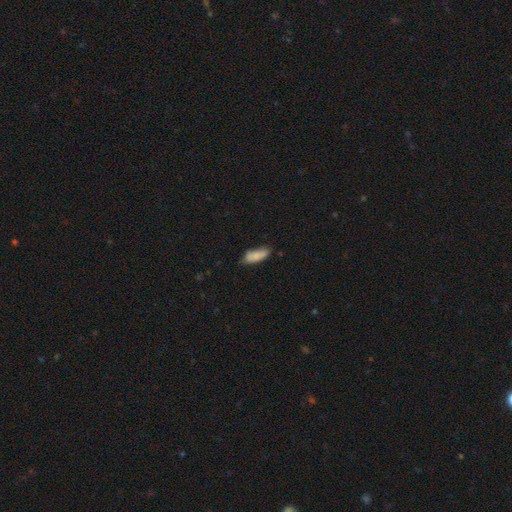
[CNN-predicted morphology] This is clearly a smooth galaxy (83%). How rounded: likely in between (71%). Merging: likely none (62%).